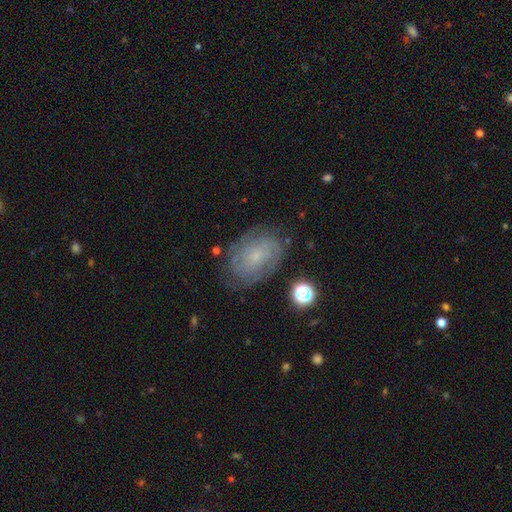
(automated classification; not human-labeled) Morphology: type=featured or disk (70%); edge-on=no (97%); bar=no (72%); spiral arms=yes (89%); winding=tight (66%); arm count=can't tell (44%); bulge=small (75%); merging=none (74%).